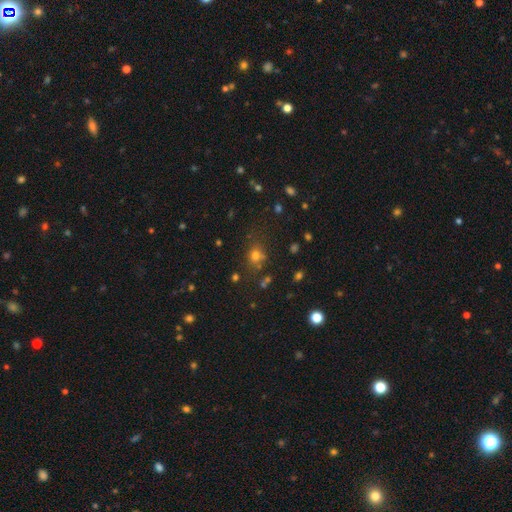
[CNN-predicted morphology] type=smooth (68%); roundness=round (71%); merging=none (69%).